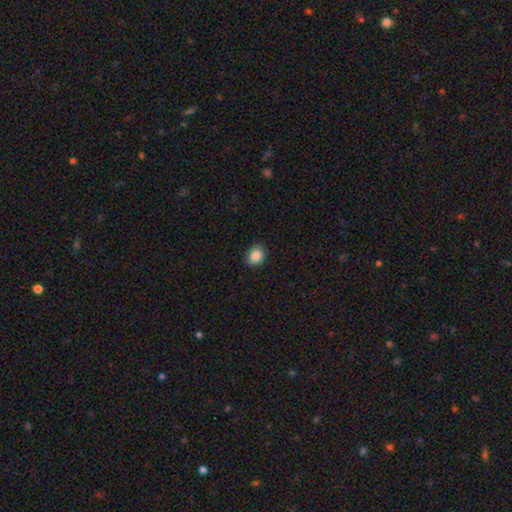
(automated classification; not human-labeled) A smooth galaxy with no disk features (87%) that is round (52%). Merging: none (89%).